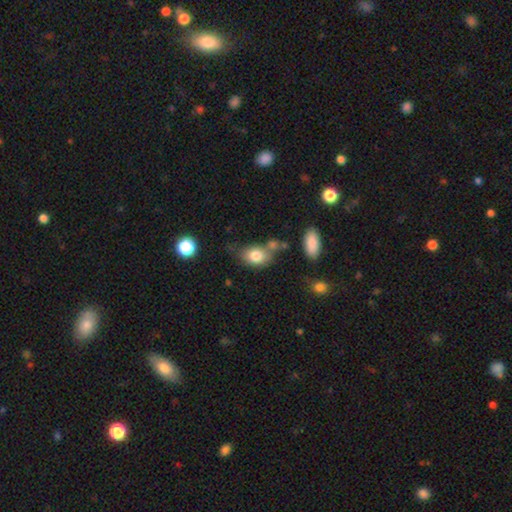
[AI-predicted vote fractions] Smooth or featured? Predicted: smooth (p=0.81). How rounded? Predicted: in between (p=0.70). Merging? Predicted: none (p=0.49).